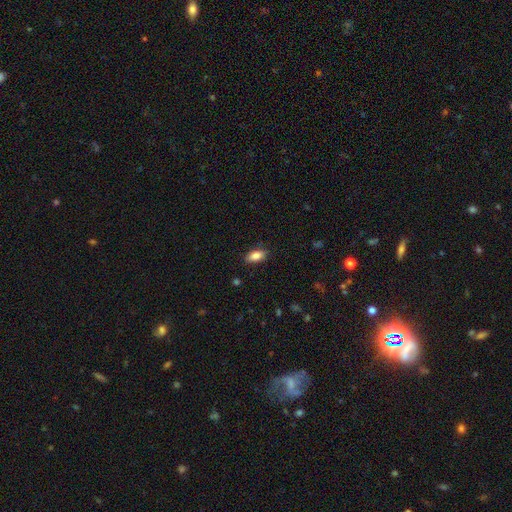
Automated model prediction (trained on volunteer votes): This is clearly a smooth galaxy (86%). How rounded: clearly in between (89%). Merging: clearly none (85%).